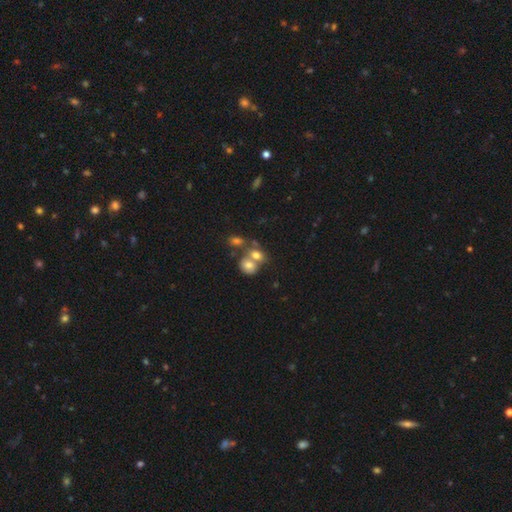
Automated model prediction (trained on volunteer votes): Smooth or featured? Predicted: smooth (p=0.70). How rounded? Predicted: round (p=0.53). Merging? Predicted: merger (p=0.55).